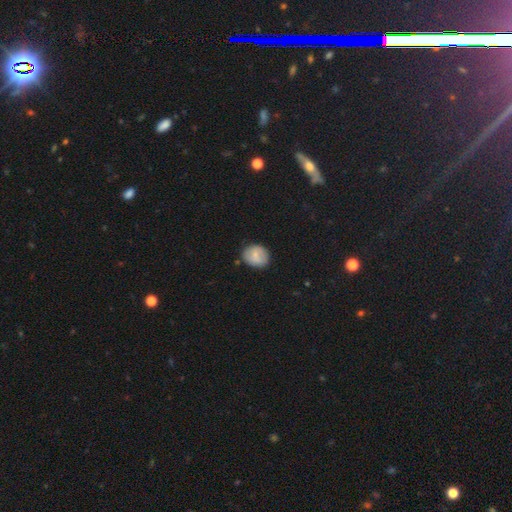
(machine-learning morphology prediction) type=smooth (71%); roundness=round (60%); merging=none (78%).